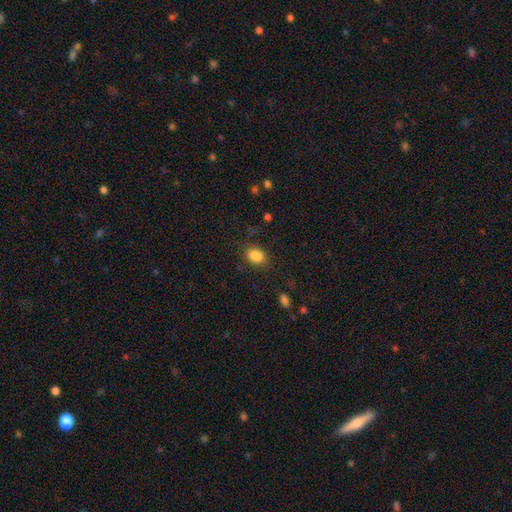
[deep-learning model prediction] Overall: smooth (85%). How rounded: in between (68%; round 31%). Merging: none (74%).